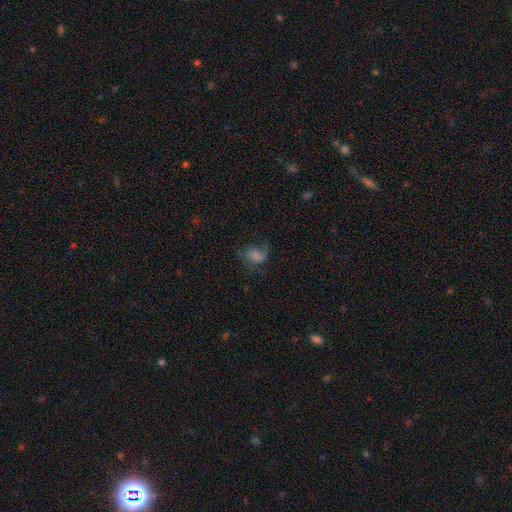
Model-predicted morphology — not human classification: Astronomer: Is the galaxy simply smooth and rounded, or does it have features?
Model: smooth — 49% (runner-up: featured or disk, 35%).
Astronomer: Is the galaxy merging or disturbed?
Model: none — 48% (runner-up: major disturbance, 27%).